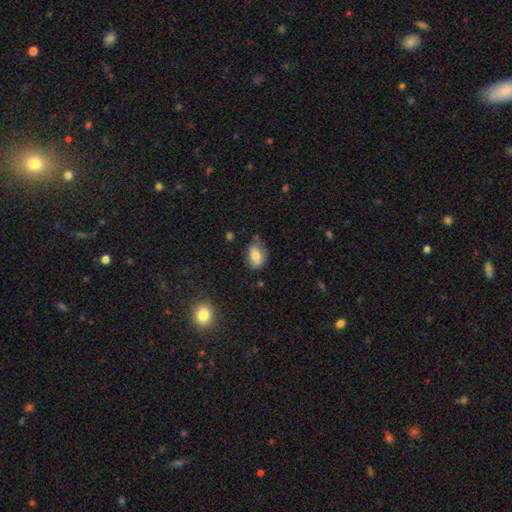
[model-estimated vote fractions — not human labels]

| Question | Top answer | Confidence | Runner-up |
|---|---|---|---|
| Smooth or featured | smooth | 77% | featured or disk (14%) |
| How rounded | in between | 83% | round (15%) |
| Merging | none | 66% | minor disturbance (26%) |